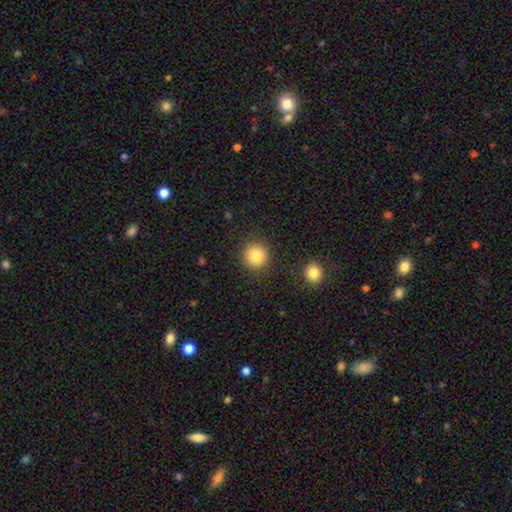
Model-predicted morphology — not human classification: smooth_or_featured: smooth (p=0.85) [alt: star or artifact p=0.10]
how_rounded: round (p=0.92) [alt: in between p=0.07]
merging: none (p=0.88) [alt: minor disturbance p=0.07]